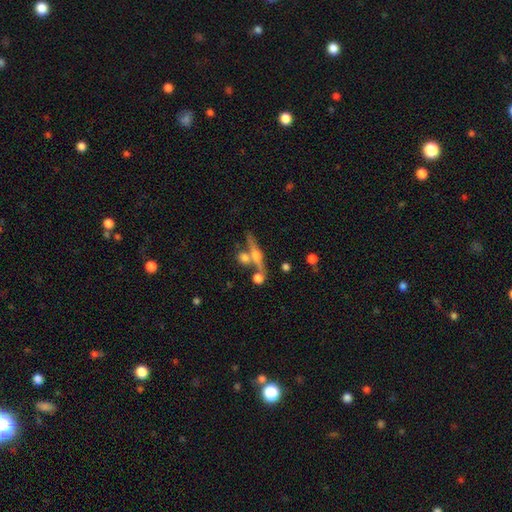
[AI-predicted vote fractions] Smooth or featured: featured or disk — 68% (smooth — 22%)
Edge-on disk: yes — 93% (no — 7%)
Edge-on bulge: rounded — 88% (boxy — 6%)
Merging: none — 65% (merger — 20%)